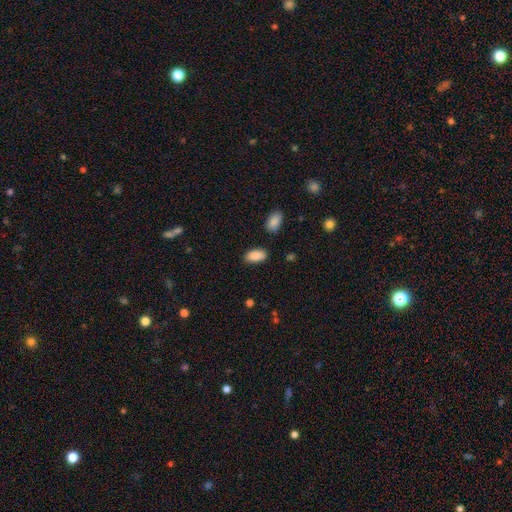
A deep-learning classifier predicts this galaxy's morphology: Q: Smooth or featured?
A: smooth (89%); runner-up: star or artifact (7%)
Q: How rounded?
A: in between (94%); runner-up: cigar-shaped (4%)
Q: Merging?
A: none (84%); runner-up: minor disturbance (11%)